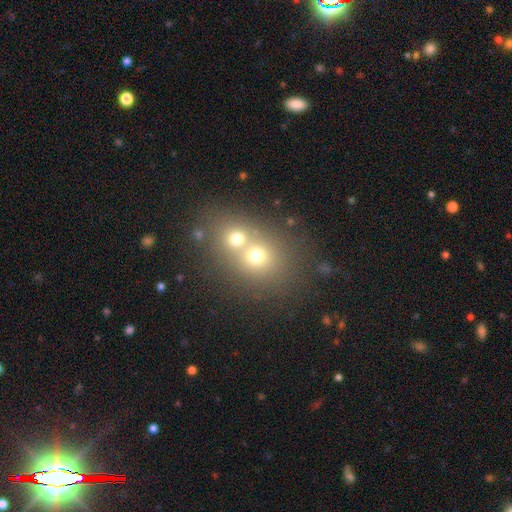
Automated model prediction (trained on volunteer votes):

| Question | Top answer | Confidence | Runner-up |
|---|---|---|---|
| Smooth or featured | smooth | 62% | featured or disk (20%) |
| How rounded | round | 68% | in between (31%) |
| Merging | merger | 59% | none (33%) |